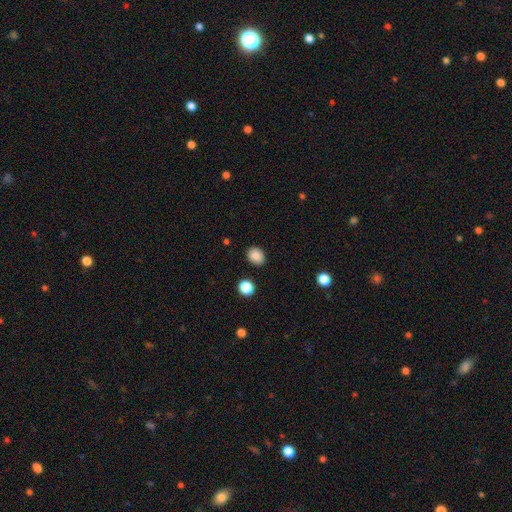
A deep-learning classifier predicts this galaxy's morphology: Smooth or featured? smooth (88%)
How rounded? in between (54%)
Merging? none (87%)